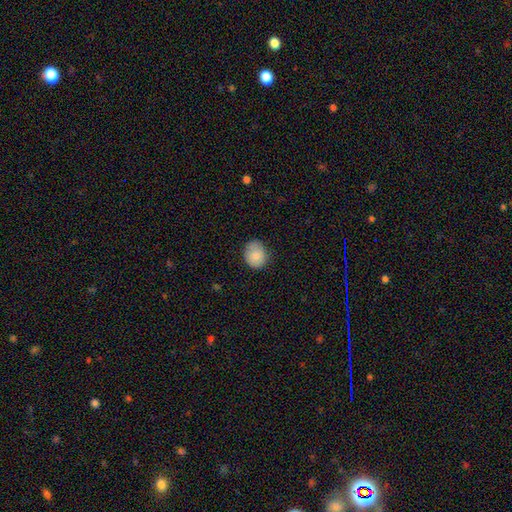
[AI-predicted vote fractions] Smooth or featured?
  - smooth: 84% *
  - featured or disk: 8%
  - star or artifact: 8%
How rounded?
  - round: 57% *
  - in between: 42%
  - cigar-shaped: 1%
Merging?
  - none: 73% *
  - minor disturbance: 21%
  - major disturbance: 4%
  - merger: 1%